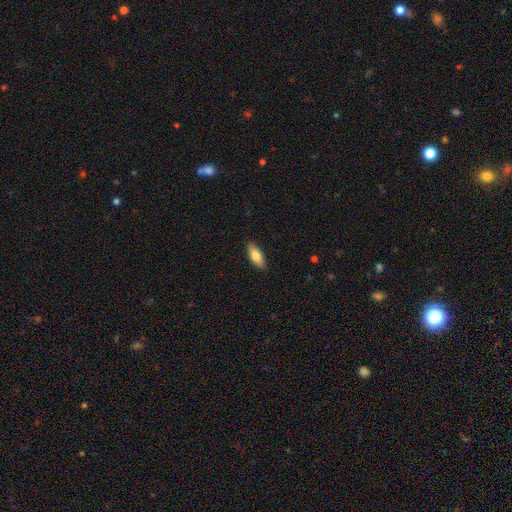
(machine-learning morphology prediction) Smooth or featured: smooth — 79% (featured or disk — 14%)
How rounded: in between — 82% (cigar-shaped — 16%)
Merging: none — 88% (minor disturbance — 9%)